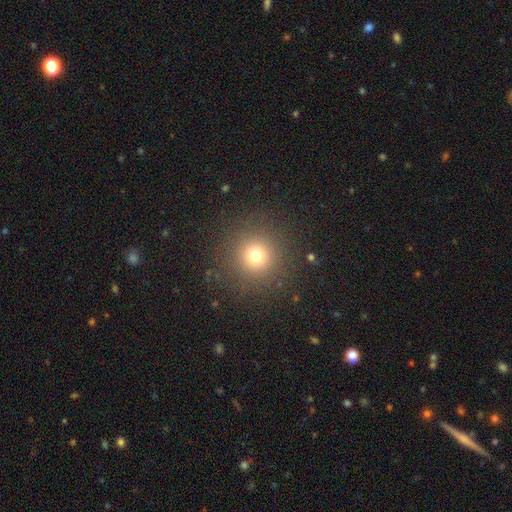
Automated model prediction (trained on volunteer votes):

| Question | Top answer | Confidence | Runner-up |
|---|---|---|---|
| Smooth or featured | smooth | 72% | star or artifact (19%) |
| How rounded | round | 95% | in between (4%) |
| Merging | none | 88% | minor disturbance (6%) |